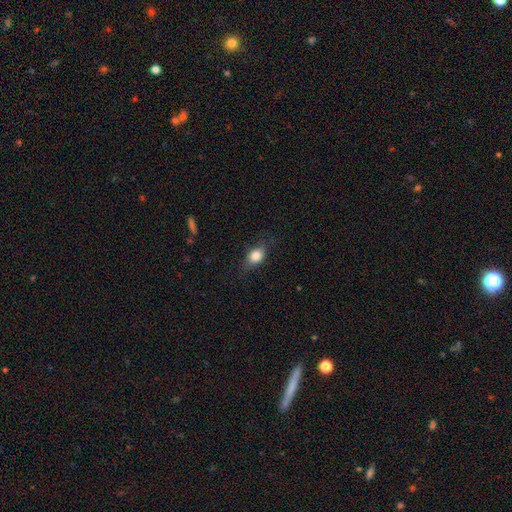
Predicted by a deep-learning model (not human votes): The model was most divided on "how rounded": in between: 64%, round: 32%, cigar-shaped: 4%. More confident: smooth or featured — smooth (81%); merging — none (74%).